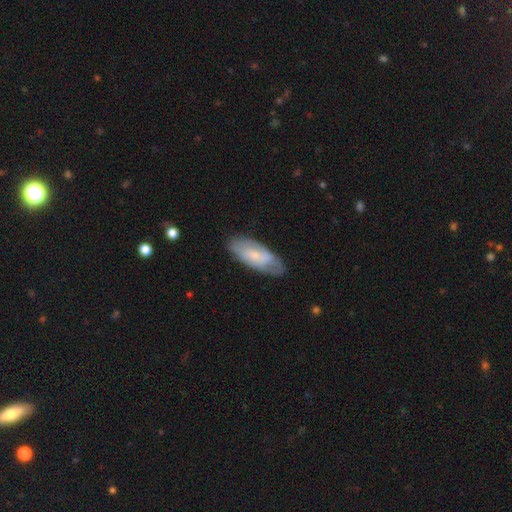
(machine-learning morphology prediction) A smooth galaxy with no disk features (55%) that is in between round and cigar-shaped (81%). Merging: none (72%).